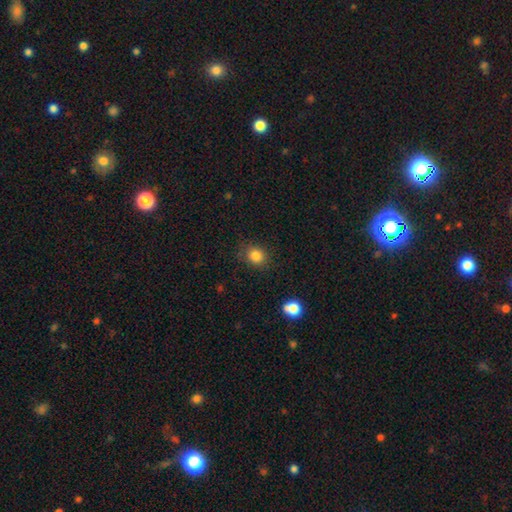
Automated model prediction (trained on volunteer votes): smooth_or_featured: smooth (p=0.84) [alt: star or artifact p=0.11]
how_rounded: round (p=0.71) [alt: in between p=0.28]
merging: none (p=0.83) [alt: minor disturbance p=0.12]